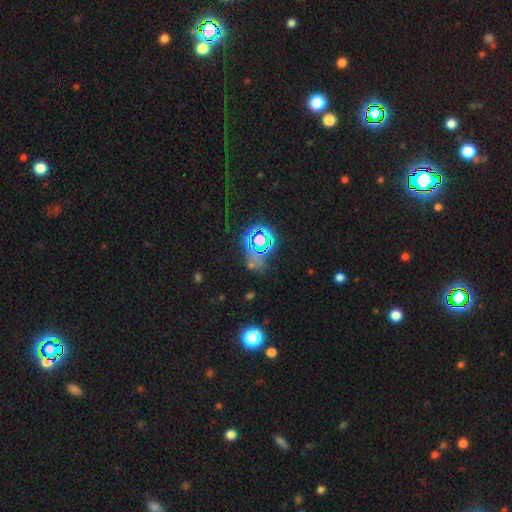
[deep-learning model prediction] A star or artifact, not a galaxy (62%).